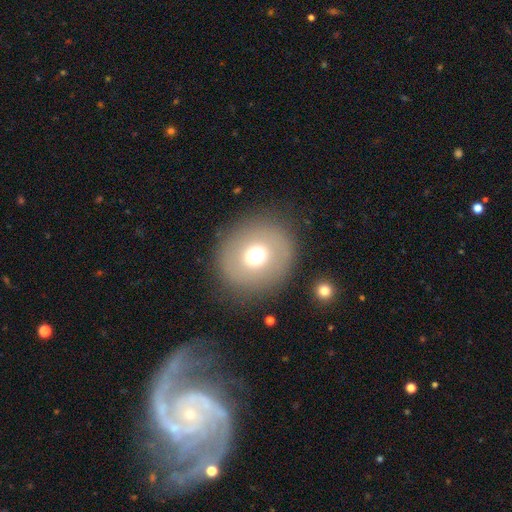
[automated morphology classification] Q: Smooth or featured?
A: smooth (67%); runner-up: featured or disk (18%)
Q: How rounded?
A: round (90%); runner-up: in between (9%)
Q: Merging?
A: none (87%); runner-up: minor disturbance (7%)